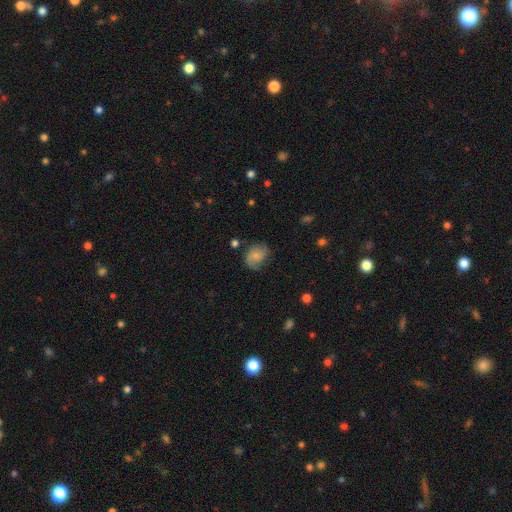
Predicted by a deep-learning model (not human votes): Overall: smooth (61%; featured or disk 30%). How rounded: in between (57%; round 42%). Merging: none (58%; minor disturbance 28%).